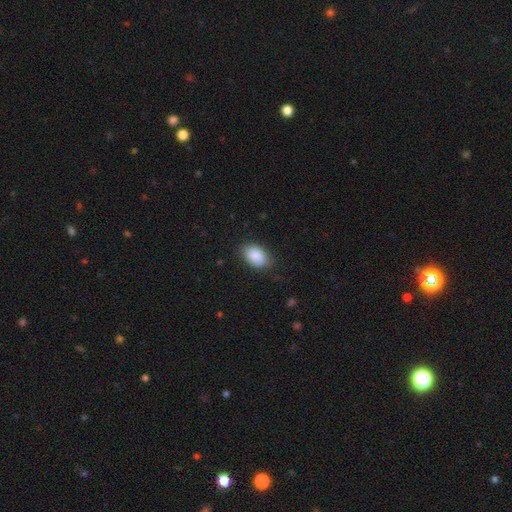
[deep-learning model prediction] smooth-or-featured: smooth: 89% | star or artifact: 7% | featured or disk: 5%
  how-rounded: in between: 88% | round: 11% | cigar-shaped: 1%
  merging: none: 79% | minor disturbance: 16% | major disturbance: 4% | merger: 1%